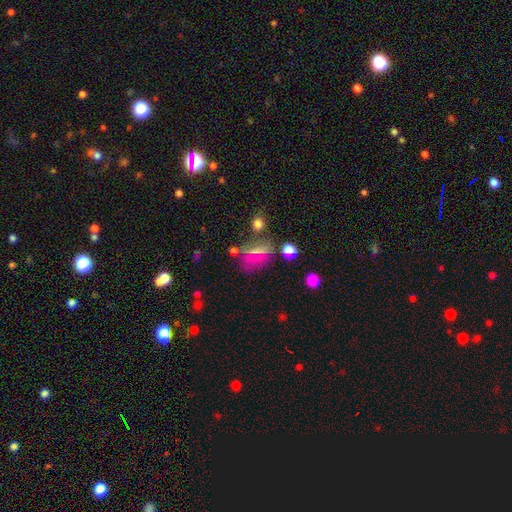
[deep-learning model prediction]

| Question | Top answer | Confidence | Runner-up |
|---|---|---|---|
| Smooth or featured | smooth | 38% | star or artifact (33%) |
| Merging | none | 55% | minor disturbance (19%) |